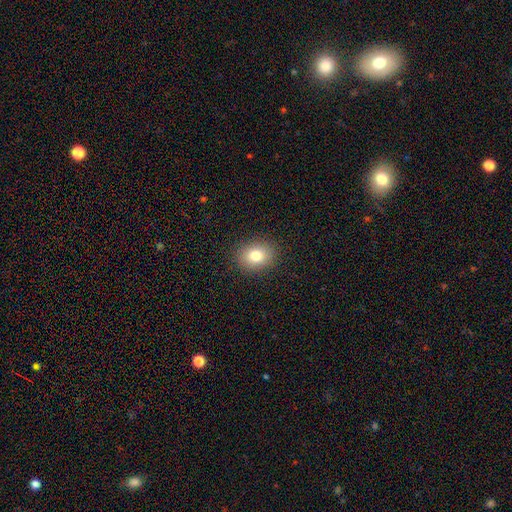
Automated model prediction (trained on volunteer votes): This is likely a smooth galaxy (79%). How rounded: possibly in between (52%). Merging: clearly none (89%).